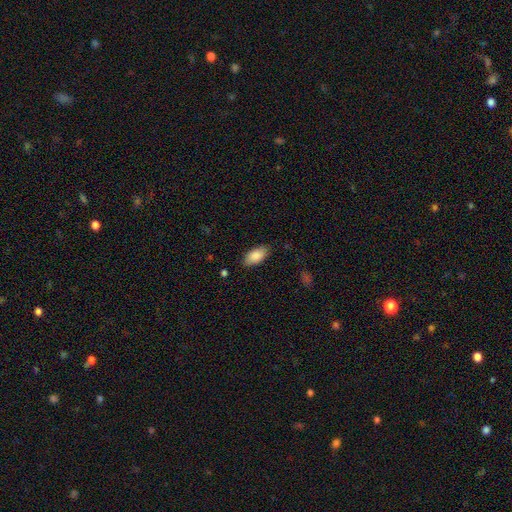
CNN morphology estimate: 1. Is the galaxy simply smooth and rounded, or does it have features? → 88% smooth, 6% star or artifact, 6% featured or disk.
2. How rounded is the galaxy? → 93% in between, 5% cigar-shaped, 3% round.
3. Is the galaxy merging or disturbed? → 84% none, 12% minor disturbance, 3% major disturbance, 1% merger.